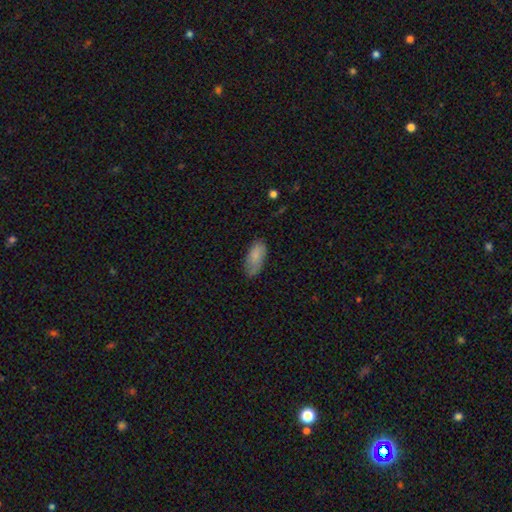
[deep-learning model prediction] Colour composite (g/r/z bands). It shows a smooth galaxy with no disk features (79%) that is in between round and cigar-shaped (90%). Merging: none (67%).